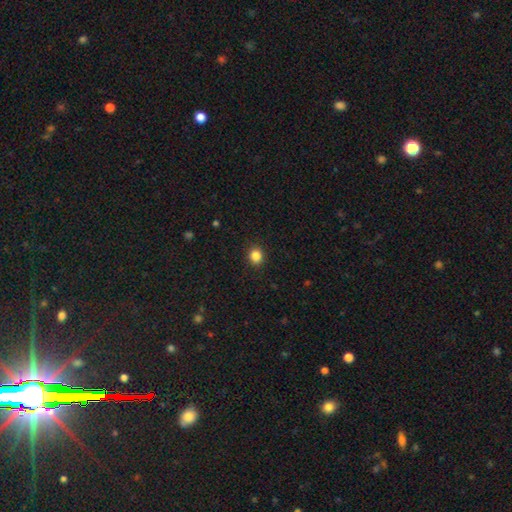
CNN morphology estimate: A smooth galaxy with no disk features (85%) that is round (78%). Merging: none (91%).